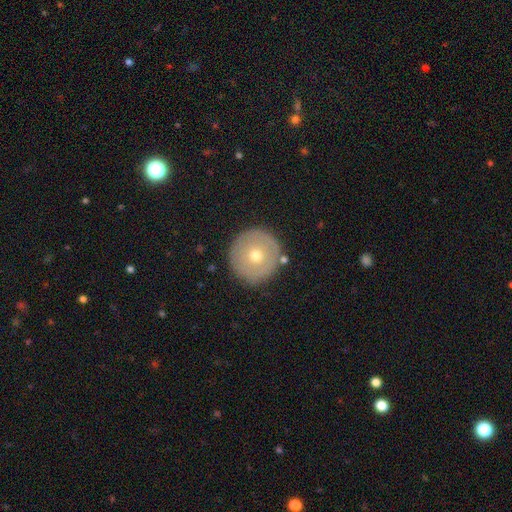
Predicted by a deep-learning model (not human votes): Smooth or featured: smooth — 56% (featured or disk — 35%)
How rounded: round — 96% (in between — 3%)
Merging: none — 86% (minor disturbance — 9%)